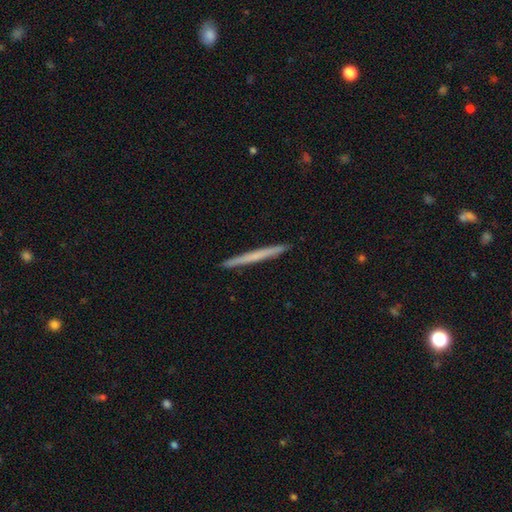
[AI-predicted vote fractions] Smooth or featured: smooth — 52% (featured or disk — 43%)
How rounded: cigar-shaped — 97% (in between — 1%)
Merging: none — 93% (minor disturbance — 5%)